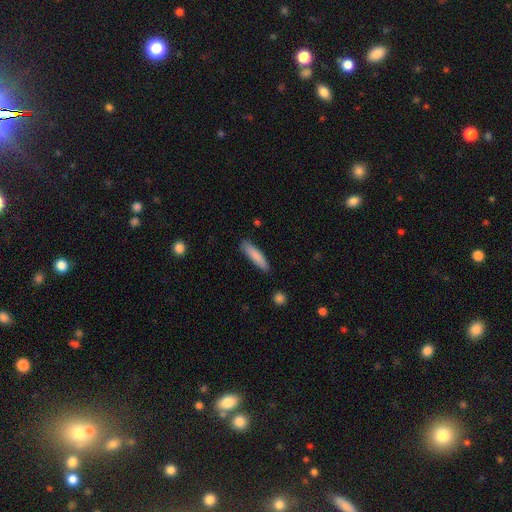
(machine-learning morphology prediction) smooth_or_featured: smooth (p=0.84) [alt: featured or disk p=0.10]
how_rounded: cigar-shaped (p=0.78) [alt: in between p=0.21]
merging: none (p=0.84) [alt: minor disturbance p=0.12]